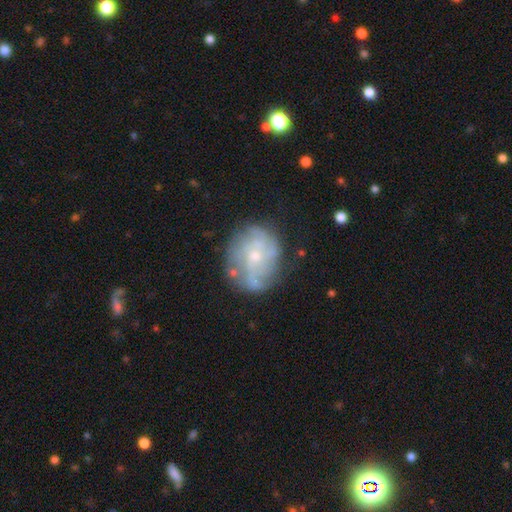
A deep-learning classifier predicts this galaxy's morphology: Q: Smooth or featured?
A: featured or disk (71%); runner-up: smooth (21%)
Q: Edge-on disk?
A: no (97%); runner-up: yes (3%)
Q: Bar?
A: no (73%); runner-up: weak (23%)
Q: Spiral arms?
A: yes (80%); runner-up: no (20%)
Q: Spiral winding?
A: medium (37%); runner-up: tight (35%)
Q: Spiral arm count?
A: can't tell (42%); runner-up: 4 (18%)
Q: Bulge size?
A: small (62%); runner-up: moderate (32%)
Q: Merging?
A: none (66%); runner-up: minor disturbance (20%)